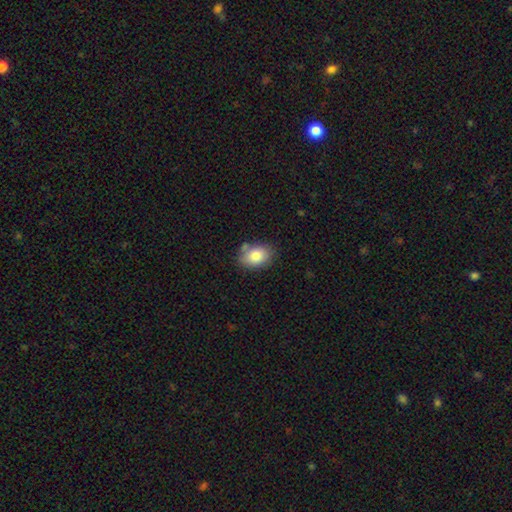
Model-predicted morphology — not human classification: smooth-or-featured: smooth: 82% | featured or disk: 10% | star or artifact: 8%
  how-rounded: in between: 79% | round: 20% | cigar-shaped: 1%
  merging: none: 73% | minor disturbance: 17% | merger: 6% | major disturbance: 4%